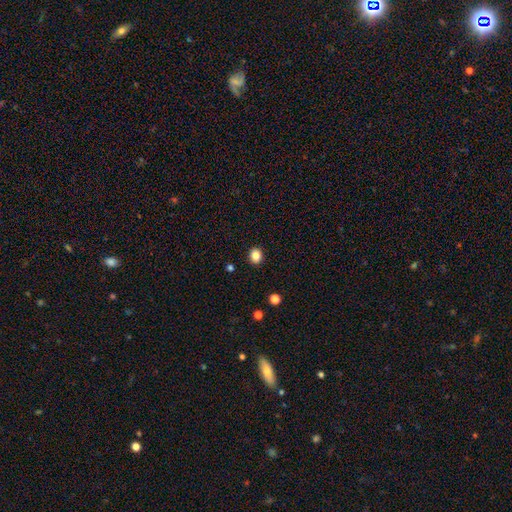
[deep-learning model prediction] Morphology: type=smooth (85%); roundness=round (64%); merging=none (91%).